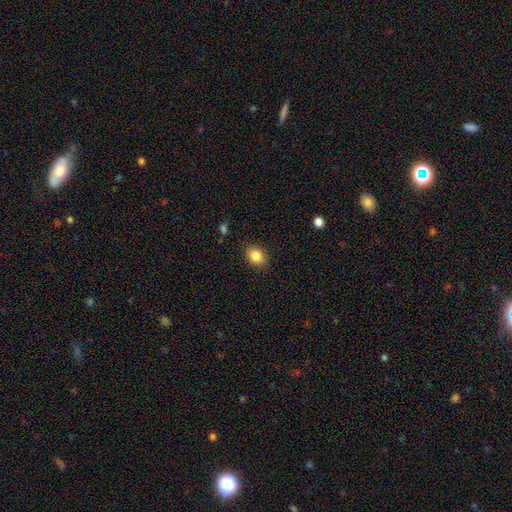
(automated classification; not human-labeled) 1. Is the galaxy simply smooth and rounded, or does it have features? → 85% smooth, 9% star or artifact, 6% featured or disk.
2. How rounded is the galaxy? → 60% in between, 39% round, 1% cigar-shaped.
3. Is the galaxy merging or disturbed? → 85% none, 11% minor disturbance, 3% major disturbance, 1% merger.